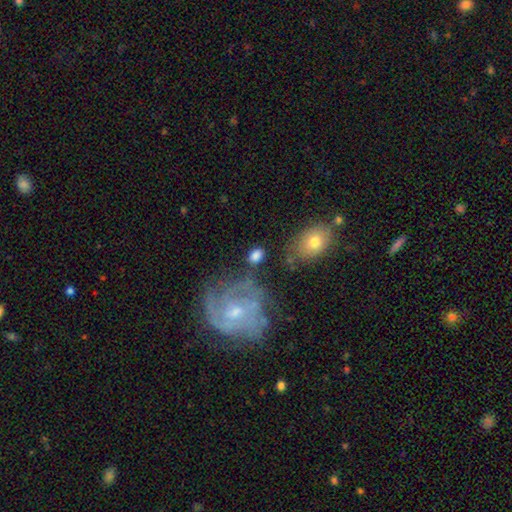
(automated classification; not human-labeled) Smooth or featured: smooth — 78% (featured or disk — 15%)
How rounded: in between — 71% (round — 27%)
Merging: none — 72% (minor disturbance — 14%)